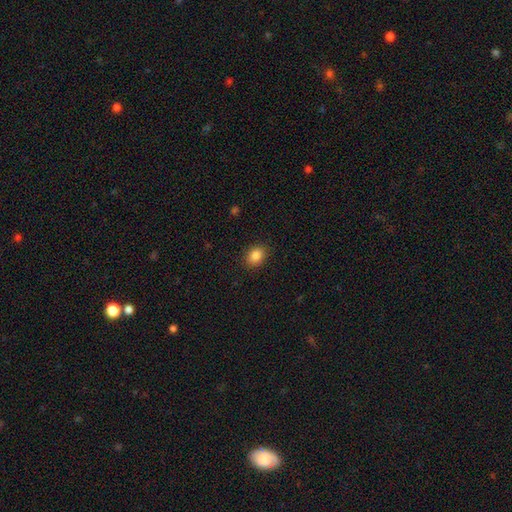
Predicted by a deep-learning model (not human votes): Q: Smooth or featured?
A: smooth (85%); runner-up: star or artifact (10%)
Q: How rounded?
A: in between (51%); runner-up: round (48%)
Q: Merging?
A: none (88%); runner-up: minor disturbance (8%)